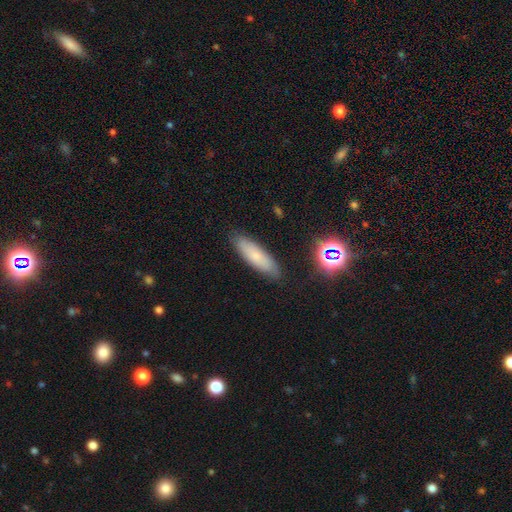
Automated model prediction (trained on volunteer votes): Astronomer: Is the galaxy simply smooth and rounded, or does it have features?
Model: smooth — 71%.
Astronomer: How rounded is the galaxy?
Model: cigar-shaped — 57% (runner-up: in between, 41%).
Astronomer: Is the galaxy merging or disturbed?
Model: none — 85%.